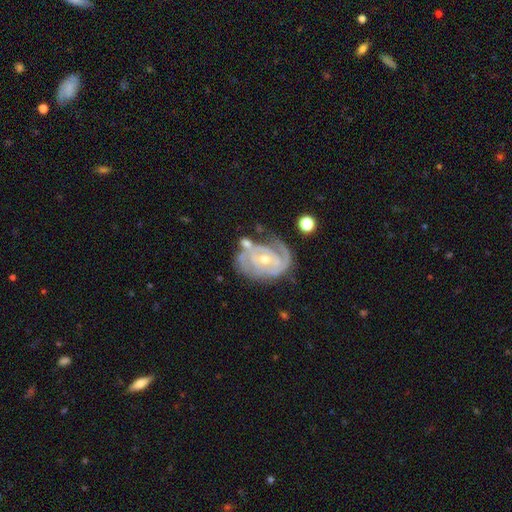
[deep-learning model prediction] This appears to be a featured or disk galaxy (88%) with no bar (53%), 2 (45%) tight (67%) spiral arms (95%) and a small central bulge (50%). Merging: none (53%).